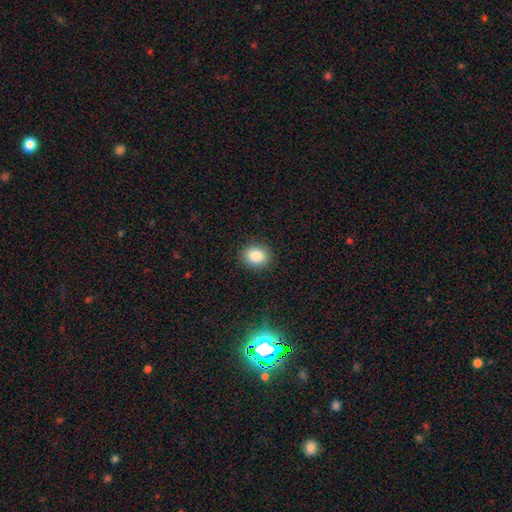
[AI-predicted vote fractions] Morphology: type=smooth (85%); roundness=round (65%); merging=none (89%).